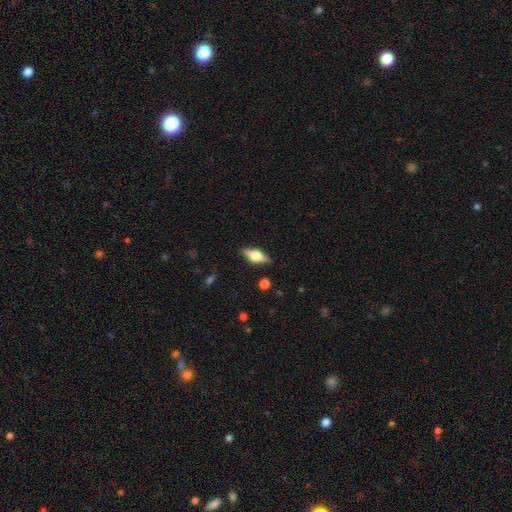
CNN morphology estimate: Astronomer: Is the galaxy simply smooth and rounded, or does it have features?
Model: featured or disk — 50% (runner-up: smooth, 43%).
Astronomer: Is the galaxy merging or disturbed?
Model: none — 86%.